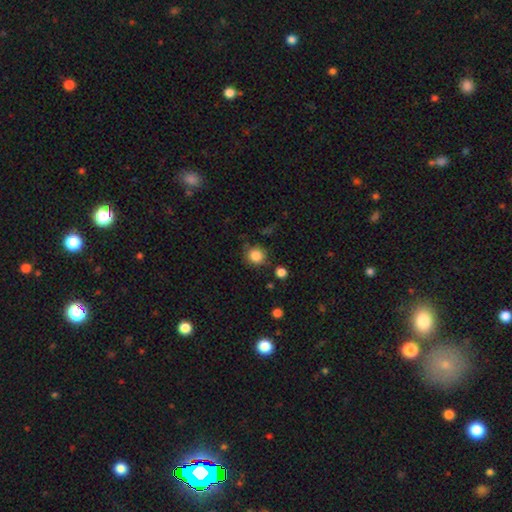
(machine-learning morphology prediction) smooth 84%, star or artifact 10%, featured or disk 5%. Down the decision tree: how rounded — round (86%); merging — none (78%).